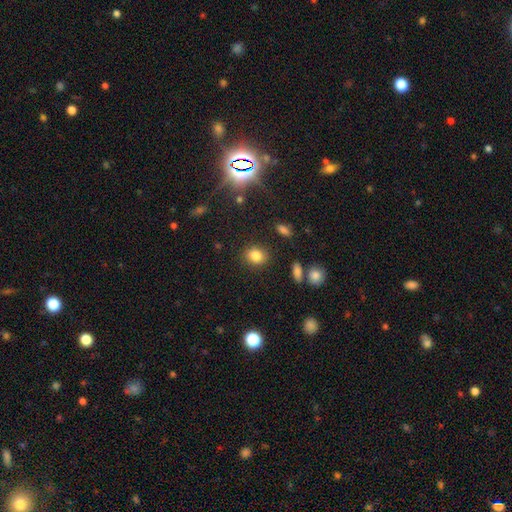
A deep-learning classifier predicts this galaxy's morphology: Smooth or featured: smooth — 82% (star or artifact — 11%)
How rounded: round — 53% (in between — 45%)
Merging: none — 86% (minor disturbance — 9%)